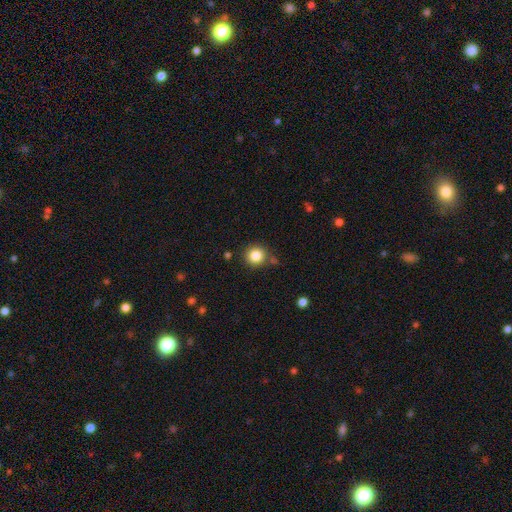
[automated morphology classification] Smooth or featured? smooth (84%)
How rounded? round (92%)
Merging? none (81%)